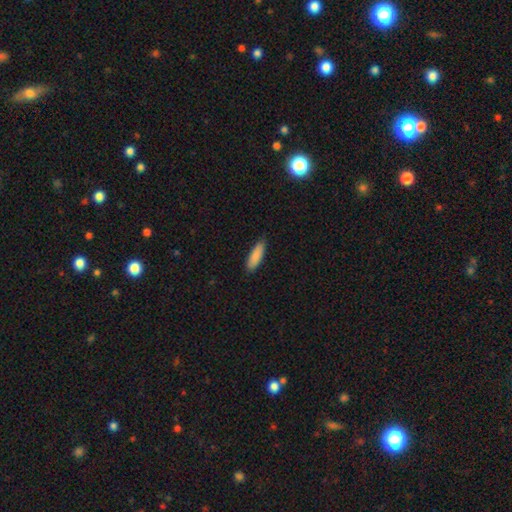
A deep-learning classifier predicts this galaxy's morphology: Q: Smooth or featured?
A: smooth (89%); runner-up: star or artifact (6%)
Q: How rounded?
A: cigar-shaped (50%); runner-up: in between (48%)
Q: Merging?
A: none (85%); runner-up: minor disturbance (12%)